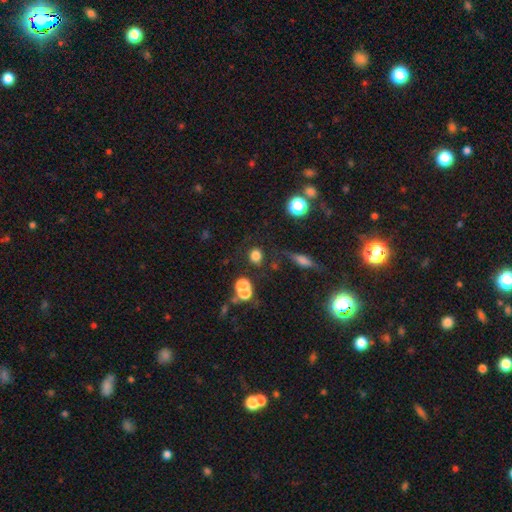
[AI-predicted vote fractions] Q: Smooth or featured?
A: smooth (78%); runner-up: star or artifact (14%)
Q: How rounded?
A: round (72%); runner-up: in between (26%)
Q: Merging?
A: none (71%); runner-up: minor disturbance (12%)